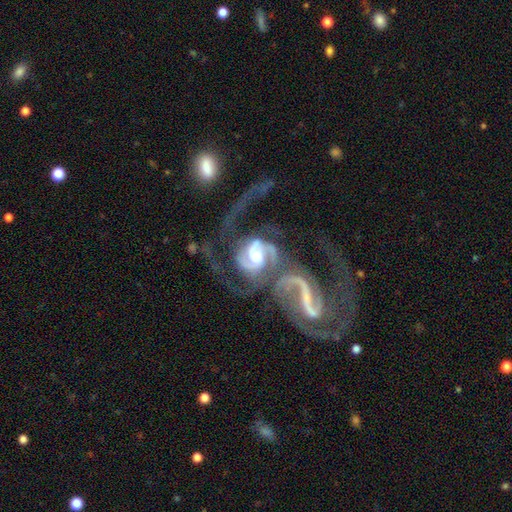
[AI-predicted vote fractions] Smooth or featured?
  - featured or disk: 89% *
  - smooth: 6%
  - star or artifact: 5%
Edge-on disk?
  - no: 97% *
  - yes: 3%
Bar?
  - no: 43% *
  - weak: 35%
  - strong: 21%
Spiral arms?
  - yes: 95% *
  - no: 5%
Spiral winding?
  - medium: 43% *
  - tight: 29%
  - loose: 28%
Spiral arm count?
  - 2: 62% *
  - can't tell: 12%
  - 3: 10%
  - 1: 8%
  - 4: 4%
  - more than 4: 4%
Bulge size?
  - moderate: 59% *
  - large: 22%
  - small: 13%
  - none: 3%
  - dominant: 3%
Merging?
  - merger: 47% *
  - major disturbance: 27%
  - none: 18%
  - minor disturbance: 8%